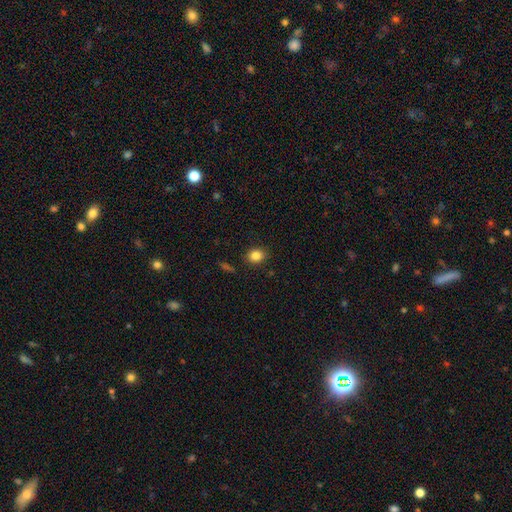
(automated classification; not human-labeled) smooth 84%, star or artifact 11%, featured or disk 6%. Down the decision tree: how rounded — round (61%); merging — none (89%).